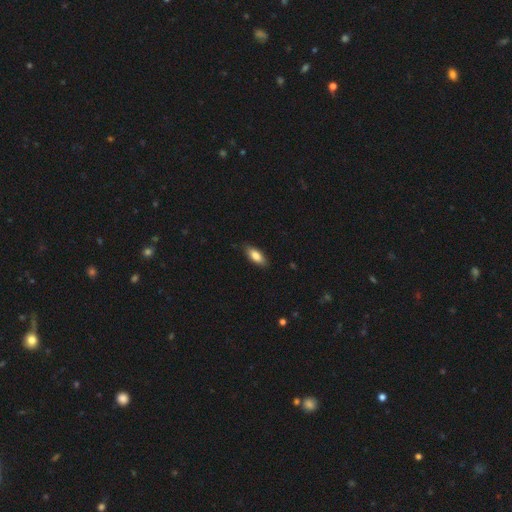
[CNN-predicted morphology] type=smooth (82%); roundness=in between (80%); merging=none (85%).